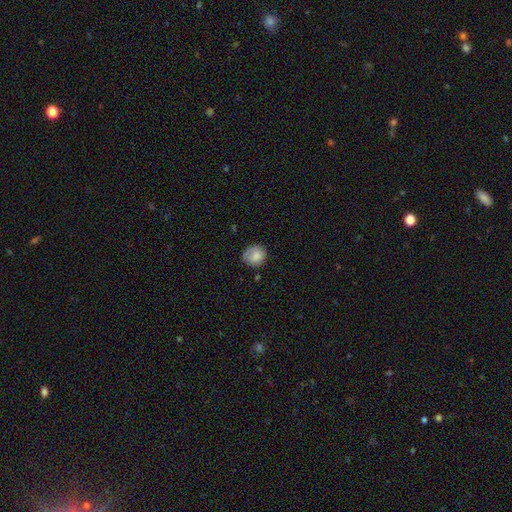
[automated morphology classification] Smooth or featured: smooth — 77% (featured or disk — 16%)
How rounded: round — 74% (in between — 25%)
Merging: none — 68% (minor disturbance — 23%)